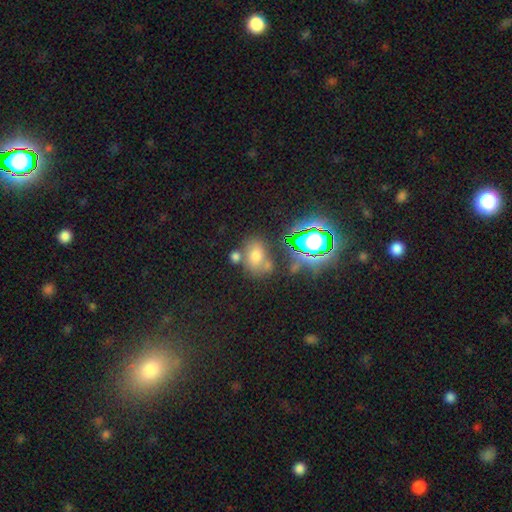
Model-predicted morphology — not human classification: Smooth or featured? smooth (60%)
How rounded? in between (72%)
Merging? none (56%)